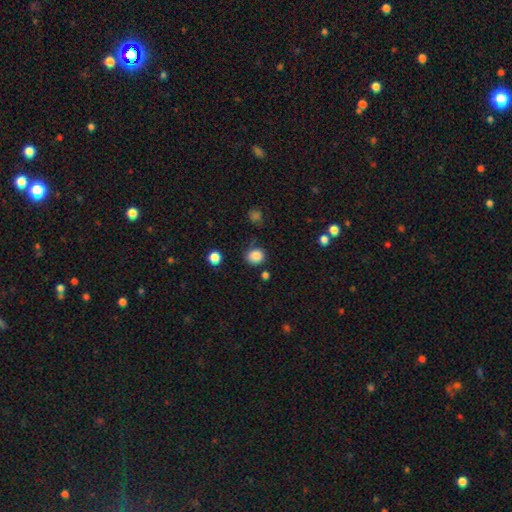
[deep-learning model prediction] A smooth galaxy with no disk features (84%) that is round (76%).

Vote fractions:
- Smooth or featured? smooth: 84% / star or artifact: 11% / featured or disk: 5%
- How rounded? round: 76% / in between: 24% / cigar-shaped: 1%
- Merging? none: 75% / minor disturbance: 16% / major disturbance: 5% / merger: 4%